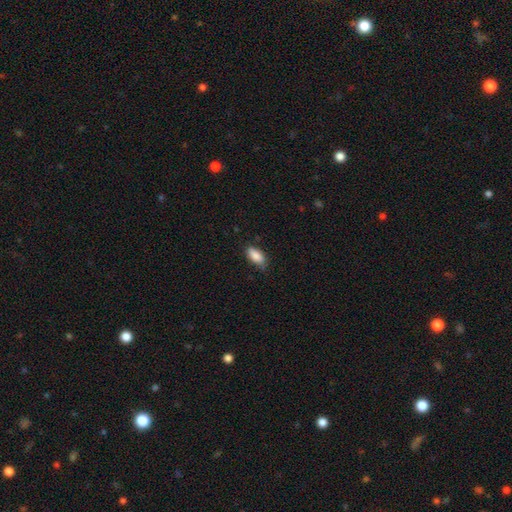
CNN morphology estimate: Smooth or featured? smooth (87%)
How rounded? in between (88%)
Merging? none (72%)